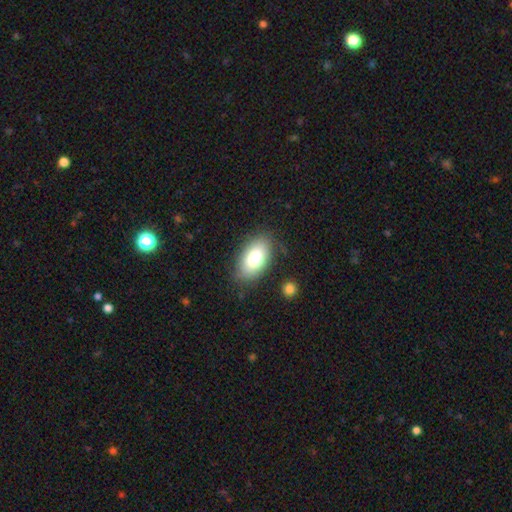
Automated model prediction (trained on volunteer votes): Overall: smooth (78%). How rounded: in between (93%). Merging: none (80%).